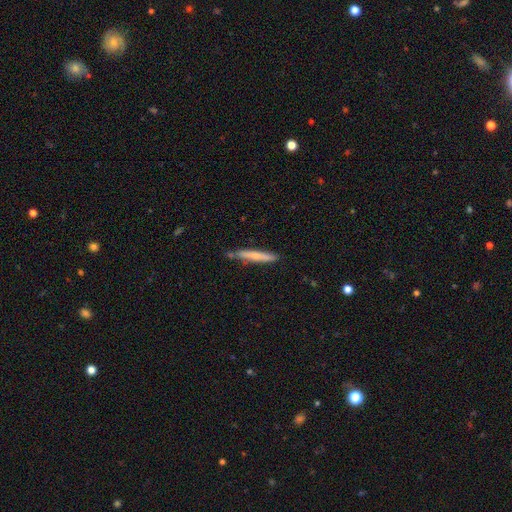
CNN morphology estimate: smooth 65%, featured or disk 29%, star or artifact 6%. Down the decision tree: how rounded — cigar-shaped (95%); merging — none (78%).